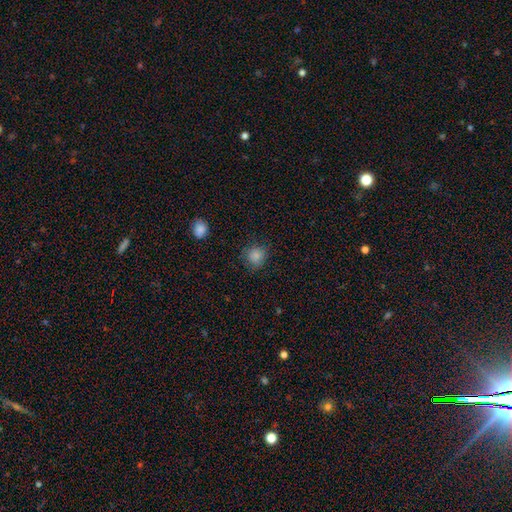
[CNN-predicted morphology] Smooth or featured?
  - smooth: 85% *
  - star or artifact: 11%
  - featured or disk: 4%
How rounded?
  - round: 86% *
  - in between: 13%
  - cigar-shaped: 1%
Merging?
  - none: 80% *
  - minor disturbance: 14%
  - major disturbance: 4%
  - merger: 1%